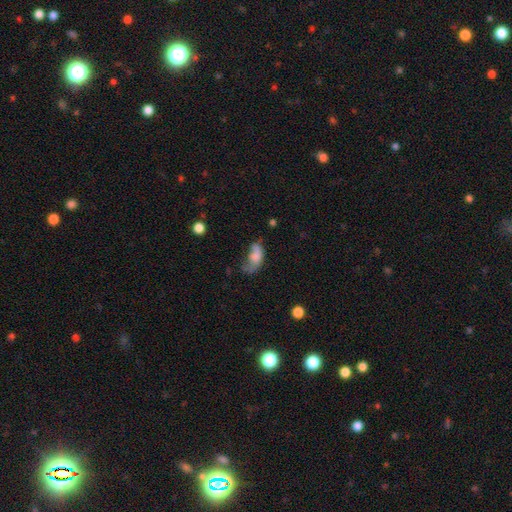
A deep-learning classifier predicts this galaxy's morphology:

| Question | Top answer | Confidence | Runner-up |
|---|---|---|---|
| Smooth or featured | smooth | 64% | featured or disk (25%) |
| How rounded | in between | 88% | cigar-shaped (6%) |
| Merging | major disturbance | 46% | minor disturbance (25%) |